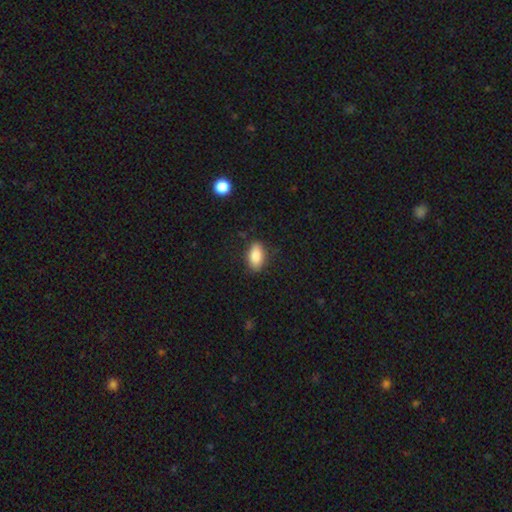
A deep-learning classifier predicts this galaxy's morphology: This appears to be a smooth galaxy with no disk features (86%) that is in between round and cigar-shaped (90%). Merging: none (84%).